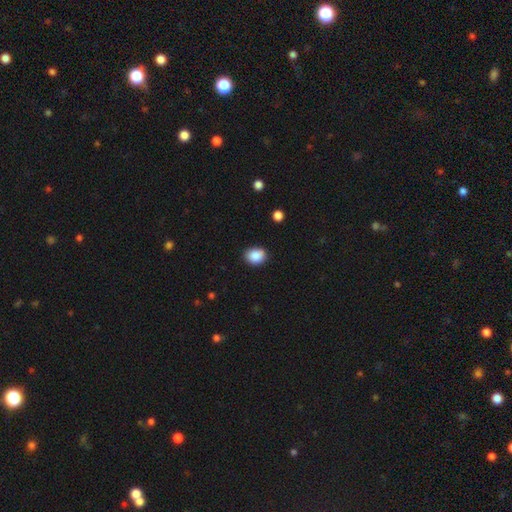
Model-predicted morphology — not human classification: Smooth or featured? Predicted: smooth (p=0.89). How rounded? Predicted: in between (p=0.58). Merging? Predicted: none (p=0.84).